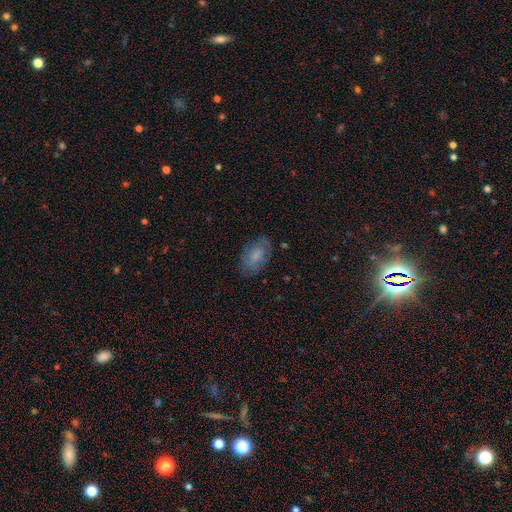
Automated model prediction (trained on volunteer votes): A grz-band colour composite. It shows a smooth galaxy with no disk features (64%) that is in between round and cigar-shaped (89%). Merging: none (70%).